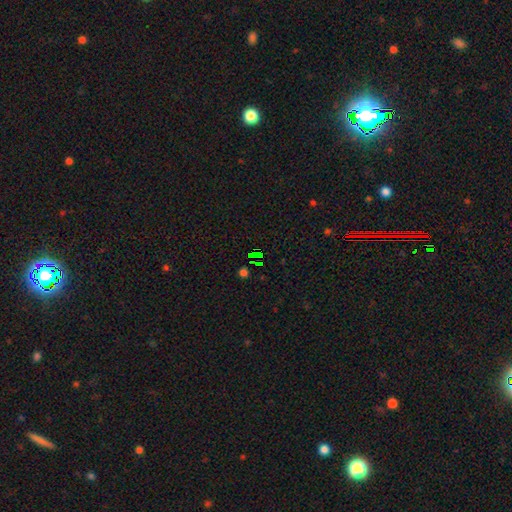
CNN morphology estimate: This is likely a star or artifact rather than a galaxy (71%).